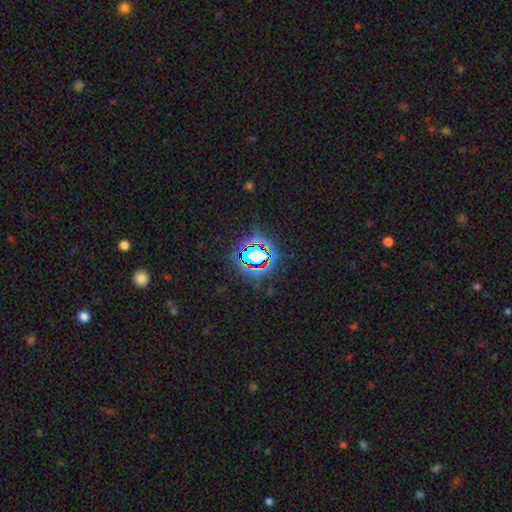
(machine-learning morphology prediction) A star or artifact, not a galaxy (73%).